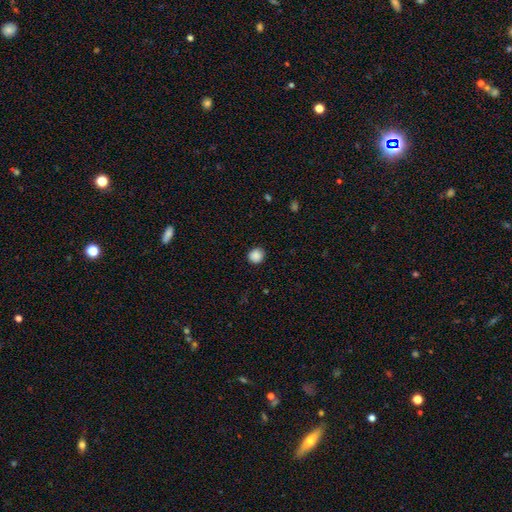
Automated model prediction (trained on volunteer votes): This is clearly a smooth galaxy (88%). How rounded: clearly round (89%). Merging: clearly none (90%).